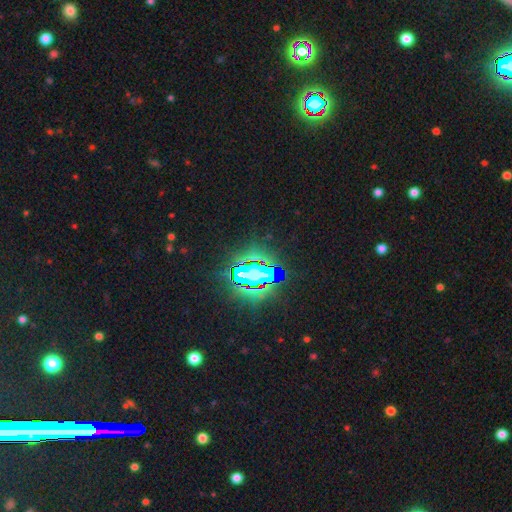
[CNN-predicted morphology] smooth_or_featured: star or artifact (p=0.82) [alt: smooth p=0.10]